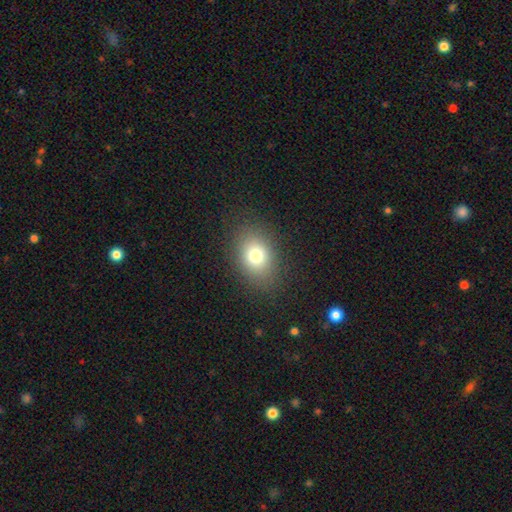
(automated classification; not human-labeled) A smooth galaxy with no disk features (76%) that is in between round and cigar-shaped (65%). Merging: none (85%).